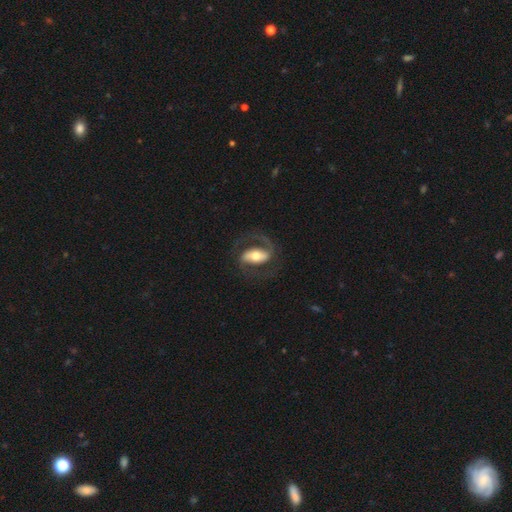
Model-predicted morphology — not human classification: This is clearly a featured or disk galaxy (80%). It is clearly not viewed edge-on (95%). Bar: possibly strong (52%). Spiral arm pattern: clearly yes (91%). Spiral arm count: clearly 2 (87%). Spiral winding: possibly medium (53%). Central bulge: likely moderate (62%). Merging: likely none (72%).